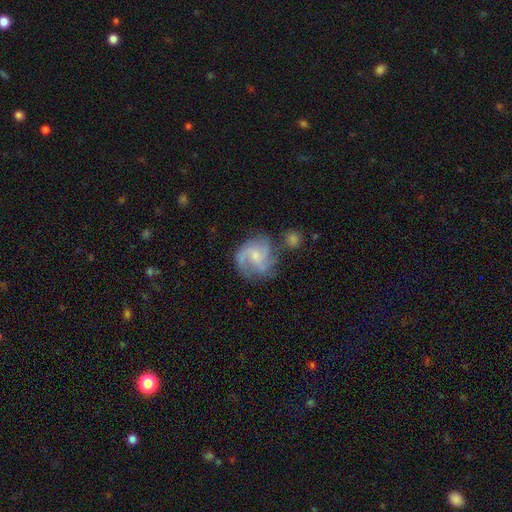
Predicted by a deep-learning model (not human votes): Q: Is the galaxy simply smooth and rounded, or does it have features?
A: featured or disk — 74%.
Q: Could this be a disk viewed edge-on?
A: no — 98%.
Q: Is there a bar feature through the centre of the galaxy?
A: no — 60%.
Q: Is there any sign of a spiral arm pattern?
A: yes — 93%.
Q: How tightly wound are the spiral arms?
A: medium — 48%.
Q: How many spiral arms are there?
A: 3 — 39%.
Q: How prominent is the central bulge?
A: small — 59%.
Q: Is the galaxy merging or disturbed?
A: none — 55%.